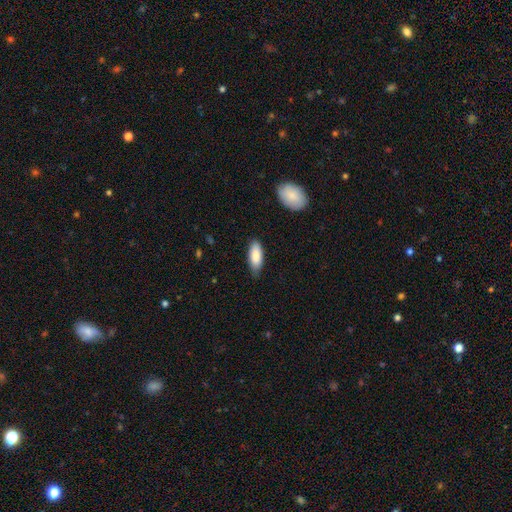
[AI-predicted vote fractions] Smooth or featured? smooth (86%)
How rounded? in between (80%)
Merging? none (76%)